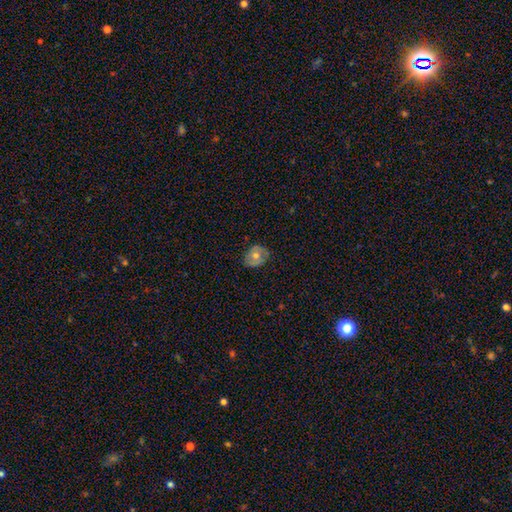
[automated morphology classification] This is possibly a smooth galaxy (51%). How rounded: possibly round (53%). Merging: likely none (77%).